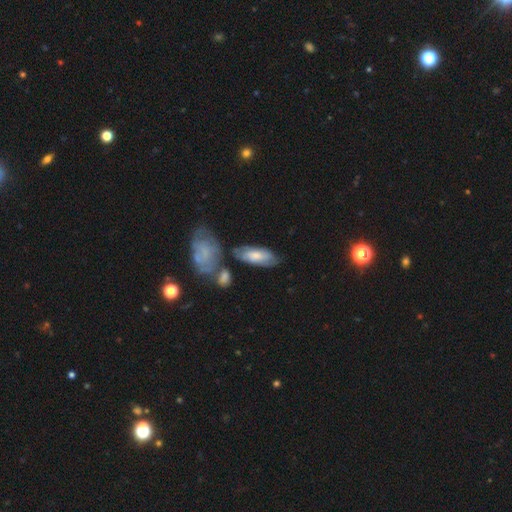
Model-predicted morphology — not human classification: type=smooth (60%); roundness=in between (77%); merging=none (61%).